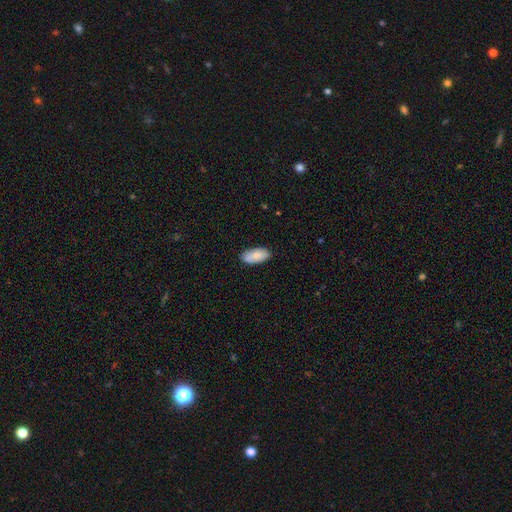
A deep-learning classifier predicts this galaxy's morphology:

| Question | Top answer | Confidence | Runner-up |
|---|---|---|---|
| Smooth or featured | smooth | 77% | featured or disk (16%) |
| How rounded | in between | 93% | cigar-shaped (5%) |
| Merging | none | 81% | minor disturbance (15%) |